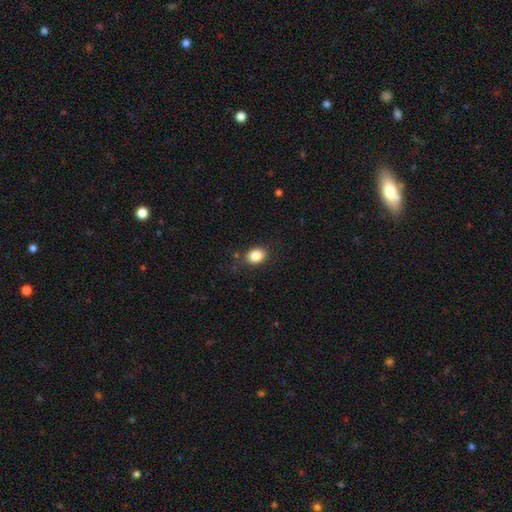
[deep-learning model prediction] smooth-or-featured: smooth: 86% | star or artifact: 9% | featured or disk: 5%
  how-rounded: in between: 66% | round: 33% | cigar-shaped: 1%
  merging: none: 83% | minor disturbance: 12% | major disturbance: 3% | merger: 2%